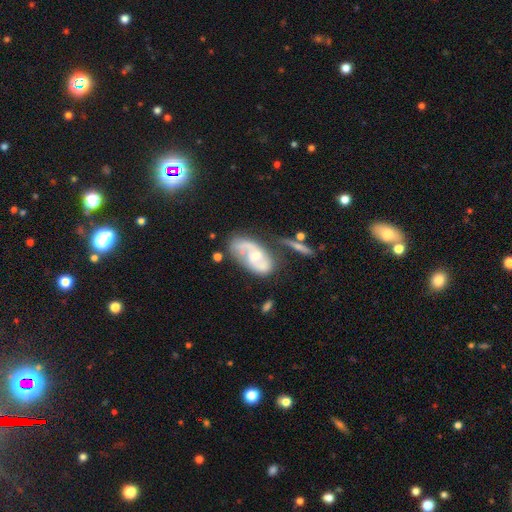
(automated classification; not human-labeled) Smooth or featured? Predicted: featured or disk (p=0.75). Edge-on disk? Predicted: no (p=0.95). Bar? Predicted: no (p=0.61). Spiral arms? Predicted: yes (p=0.87). Spiral winding? Predicted: medium (p=0.44). Spiral arm count? Predicted: 2 (p=0.70). Bulge size? Predicted: moderate (p=0.49). Merging? Predicted: none (p=0.48).